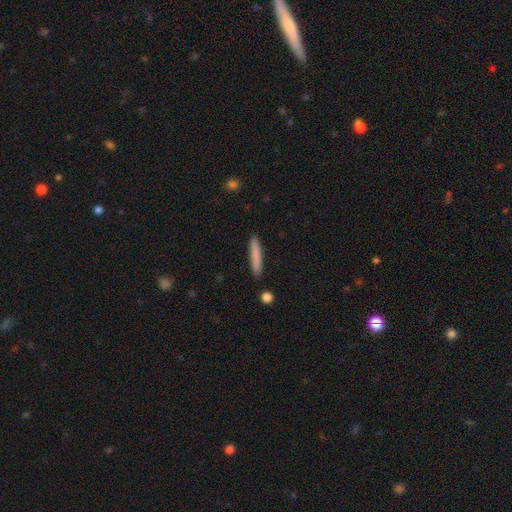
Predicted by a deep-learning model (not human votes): Overall: smooth (81%). How rounded: cigar-shaped (94%). Merging: none (89%).